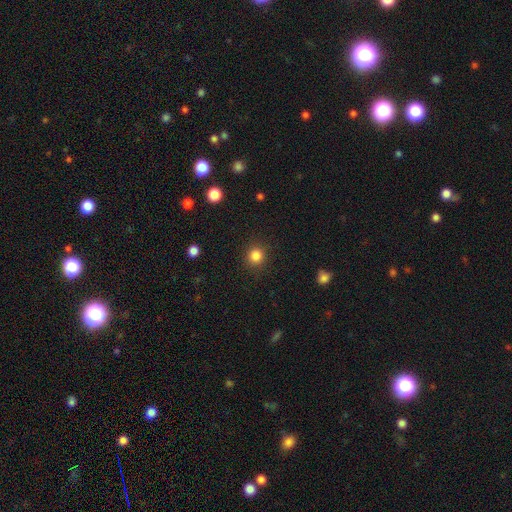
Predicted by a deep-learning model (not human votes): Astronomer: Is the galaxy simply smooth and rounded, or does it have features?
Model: smooth — 85%.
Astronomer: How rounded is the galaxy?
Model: round — 92%.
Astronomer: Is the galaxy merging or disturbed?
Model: none — 90%.